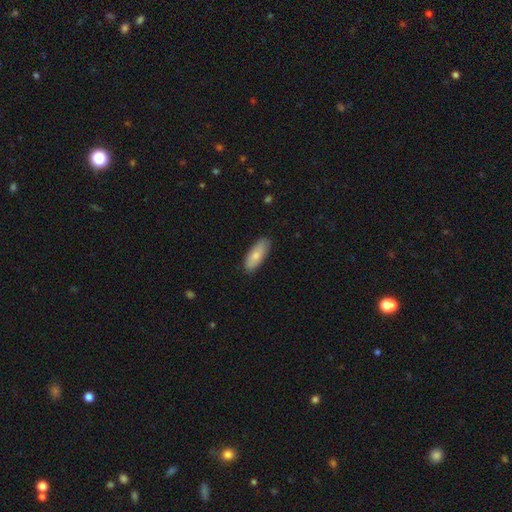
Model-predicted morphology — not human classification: Q: Smooth or featured?
A: smooth (80%); runner-up: featured or disk (15%)
Q: How rounded?
A: in between (76%); runner-up: cigar-shaped (22%)
Q: Merging?
A: none (85%); runner-up: minor disturbance (12%)